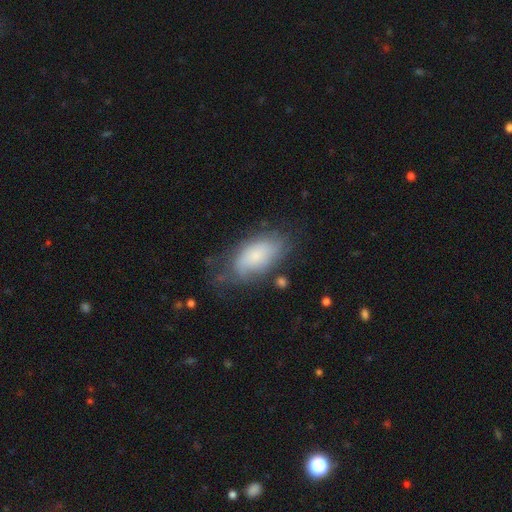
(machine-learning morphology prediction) A smooth galaxy with no disk features (63%) that is in between round and cigar-shaped (92%). Merging: none (54%).